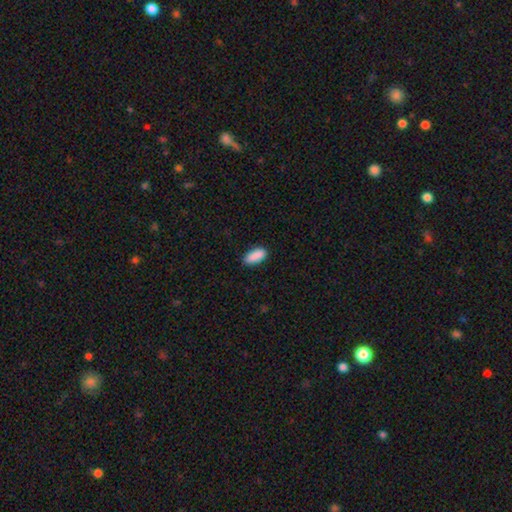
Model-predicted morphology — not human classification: smooth_or_featured: smooth (p=0.90) [alt: star or artifact p=0.07]
how_rounded: in between (p=0.83) [alt: cigar-shaped p=0.15]
merging: none (p=0.83) [alt: minor disturbance p=0.13]